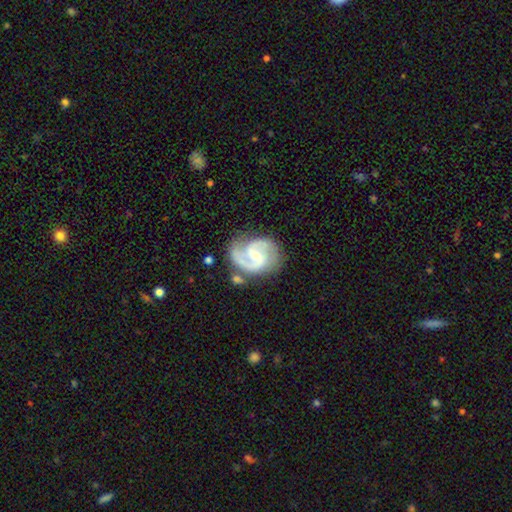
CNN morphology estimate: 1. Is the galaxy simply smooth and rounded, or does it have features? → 90% featured or disk, 5% smooth, 4% star or artifact.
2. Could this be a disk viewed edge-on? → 98% no, 2% yes.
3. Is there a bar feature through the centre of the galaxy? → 54% weak, 28% no, 17% strong.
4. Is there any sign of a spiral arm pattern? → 98% yes, 2% no.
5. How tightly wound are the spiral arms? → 61% medium, 21% tight, 18% loose.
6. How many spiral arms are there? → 90% 2, 3% 3, 3% can't tell, 2% 1, 1% 4, 1% more than 4.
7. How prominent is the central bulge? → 61% small, 32% moderate, 5% none, 1% large, 1% dominant.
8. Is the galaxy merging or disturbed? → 67% none, 19% minor disturbance, 8% major disturbance, 5% merger.